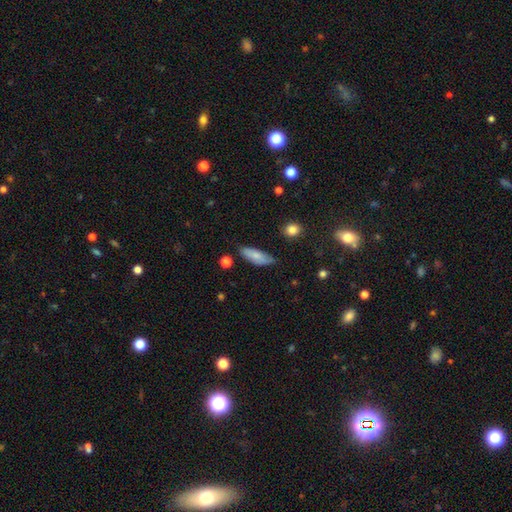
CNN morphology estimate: Overall: smooth (77%). How rounded: in between (70%). Merging: none (69%).